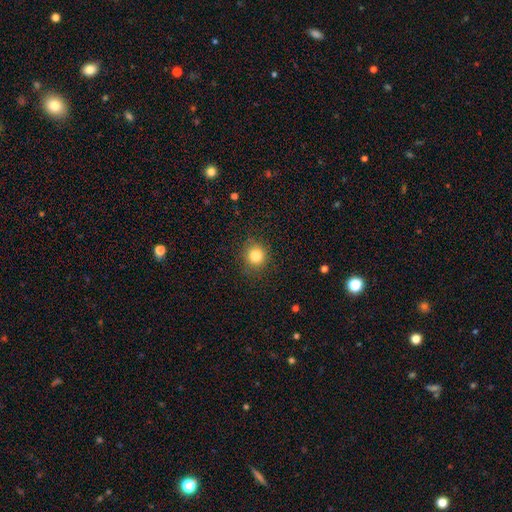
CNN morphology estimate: smooth-or-featured: smooth: 81% | star or artifact: 12% | featured or disk: 7%
  how-rounded: round: 87% | in between: 12% | cigar-shaped: 1%
  merging: none: 86% | minor disturbance: 9% | major disturbance: 3% | merger: 1%